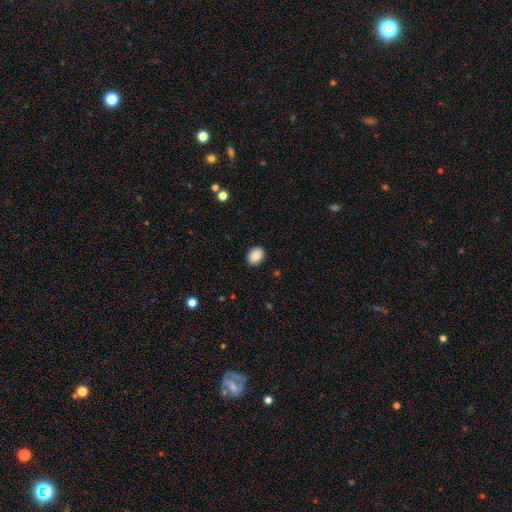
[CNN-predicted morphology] Smooth or featured: smooth — 88% (star or artifact — 8%)
How rounded: in between — 56% (round — 43%)
Merging: none — 90% (minor disturbance — 7%)